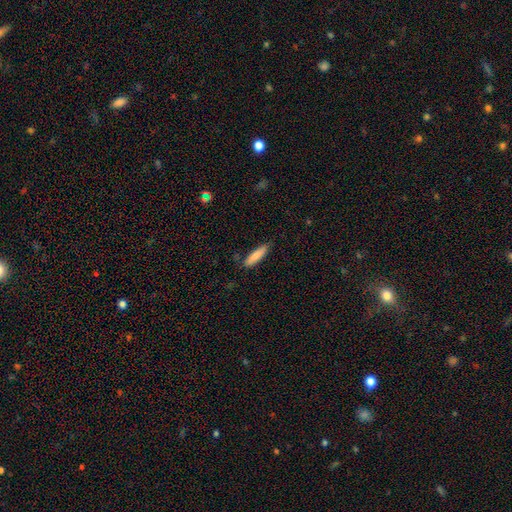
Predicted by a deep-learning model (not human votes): A smooth galaxy with no disk features (84%) that is cigar-shaped (71%).

Vote fractions:
- Smooth or featured? smooth: 84% / featured or disk: 10% / star or artifact: 6%
- How rounded? cigar-shaped: 71% / in between: 28% / round: 1%
- Merging? none: 81% / minor disturbance: 15% / major disturbance: 2% / merger: 2%